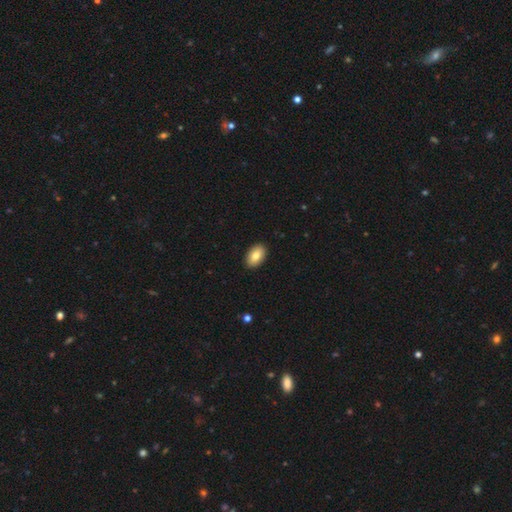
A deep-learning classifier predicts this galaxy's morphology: This appears to be a smooth galaxy with no disk features (82%) that is in between round and cigar-shaped (93%). Merging: none (91%).